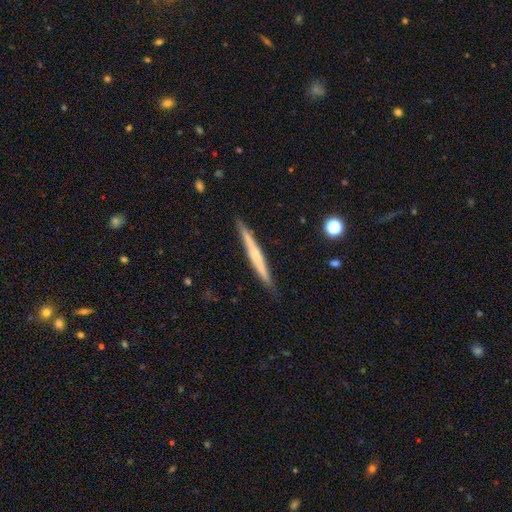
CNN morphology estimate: A featured or disk galaxy (54%) viewed edge-on (97%) with no central bulge (58%).

Vote fractions:
- Smooth or featured? featured or disk: 54% / smooth: 40% / star or artifact: 6%
- Edge-on disk? yes: 97% / no: 3%
- Edge-on bulge? none: 58% / rounded: 33% / boxy: 9%
- Merging? none: 89% / minor disturbance: 8% / major disturbance: 1% / merger: 1%